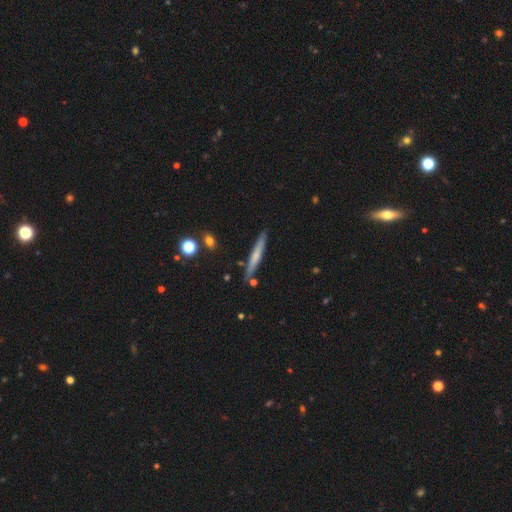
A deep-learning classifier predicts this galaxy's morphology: Smooth or featured: smooth — 53% (featured or disk — 41%)
How rounded: cigar-shaped — 95% (in between — 4%)
Merging: none — 86% (minor disturbance — 9%)